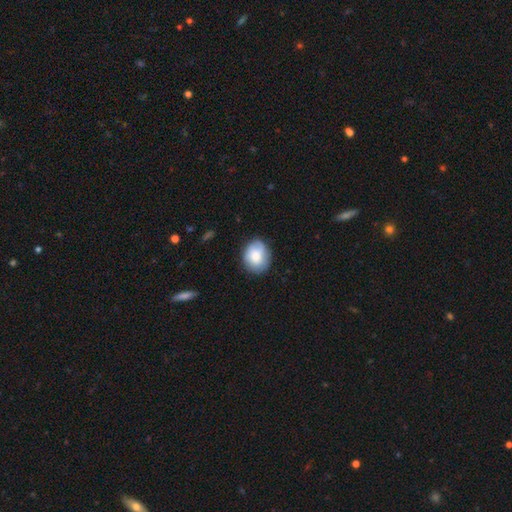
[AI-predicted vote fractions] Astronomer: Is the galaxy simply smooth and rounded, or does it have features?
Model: smooth — 77%.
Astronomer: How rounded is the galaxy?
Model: round — 60% (runner-up: in between, 39%).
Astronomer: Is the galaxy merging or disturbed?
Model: none — 75%.